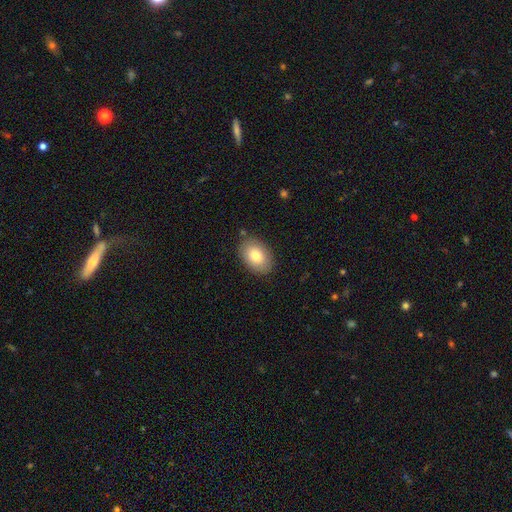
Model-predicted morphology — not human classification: A smooth galaxy with no disk features (80%) that is in between round and cigar-shaped (84%). Merging: none (85%).